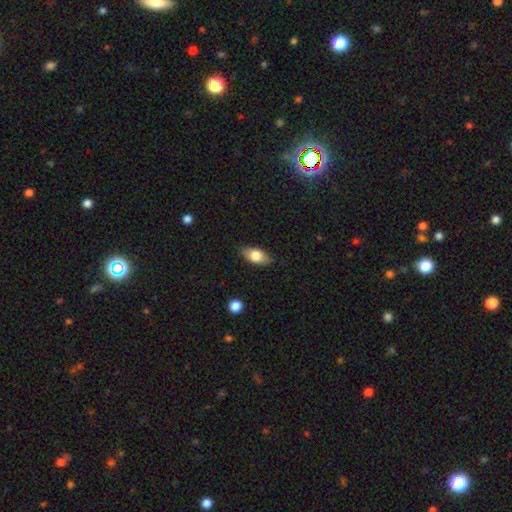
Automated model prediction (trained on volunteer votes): Smooth or featured? Predicted: smooth (p=0.73). How rounded? Predicted: in between (p=0.86). Merging? Predicted: none (p=0.85).